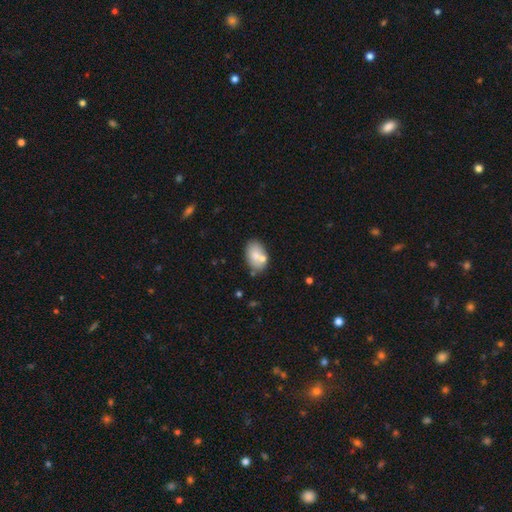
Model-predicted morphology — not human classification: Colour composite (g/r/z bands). It shows a smooth galaxy with no disk features (73%) that is in between round and cigar-shaped (89%). Merging: none (65%).